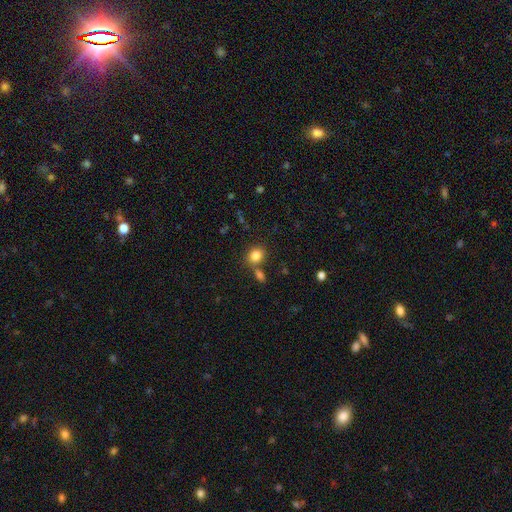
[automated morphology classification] Overall: smooth (83%). How rounded: round (67%; in between 32%). Merging: none (66%).